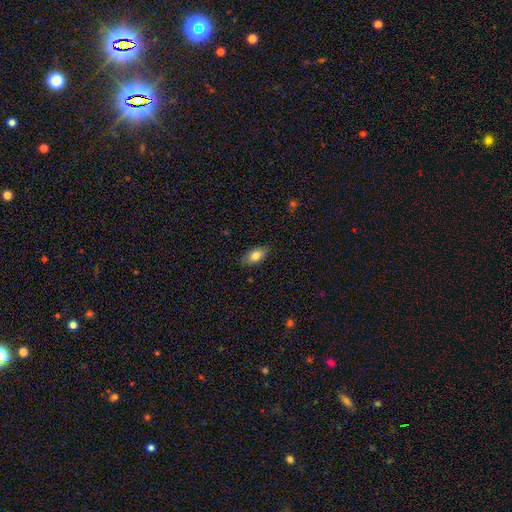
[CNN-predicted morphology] A smooth galaxy with no disk features (81%) that is in between round and cigar-shaped (88%). Merging: none (81%).